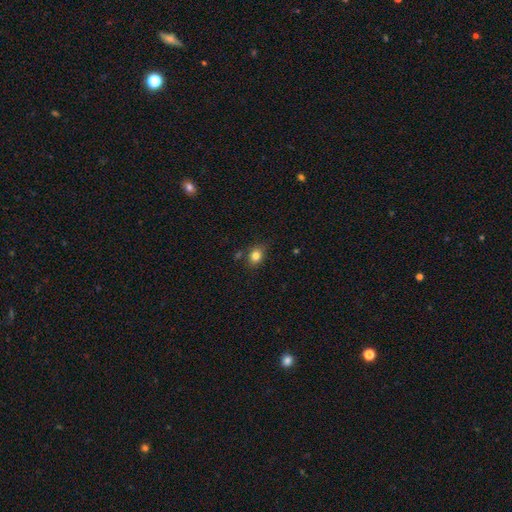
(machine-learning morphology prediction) Smooth or featured: smooth — 82% (star or artifact — 11%)
How rounded: round — 55% (in between — 44%)
Merging: none — 73% (minor disturbance — 17%)